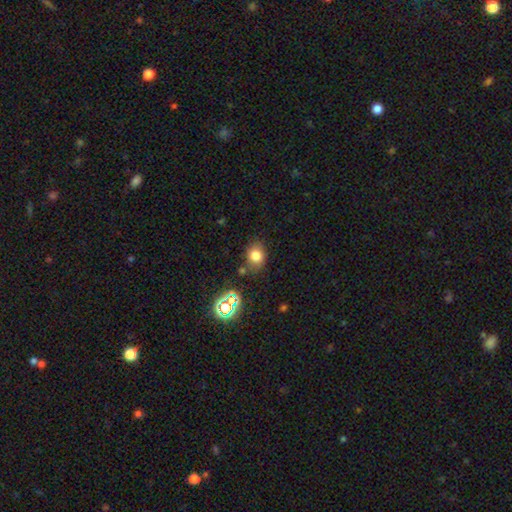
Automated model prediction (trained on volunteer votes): Smooth or featured: smooth — 76% (star or artifact — 15%)
How rounded: round — 51% (in between — 48%)
Merging: none — 72% (minor disturbance — 16%)